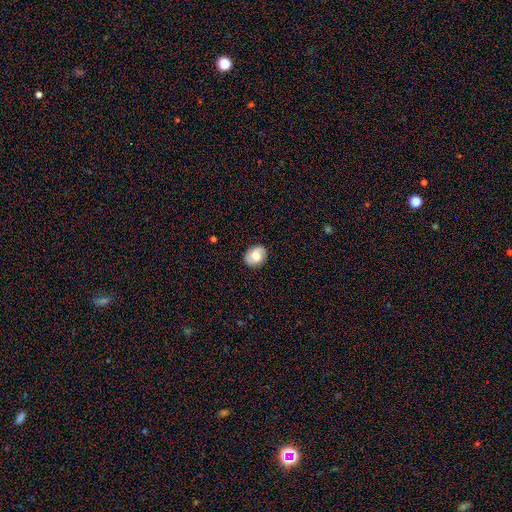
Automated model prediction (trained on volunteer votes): Smooth or featured?
  - smooth: 57% *
  - featured or disk: 35%
  - star or artifact: 8%
How rounded?
  - in between: 55% *
  - round: 44%
  - cigar-shaped: 1%
Merging?
  - none: 85% *
  - minor disturbance: 11%
  - major disturbance: 3%
  - merger: 1%